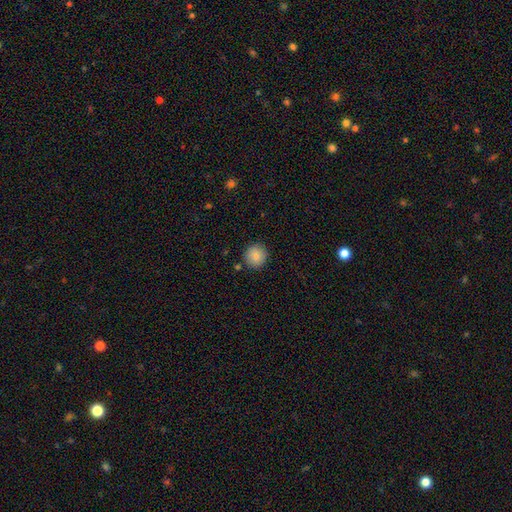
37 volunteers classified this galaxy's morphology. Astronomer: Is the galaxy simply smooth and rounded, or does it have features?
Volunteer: smooth — 86%.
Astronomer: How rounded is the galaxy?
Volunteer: round — 97%.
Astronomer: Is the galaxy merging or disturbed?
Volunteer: none — 94%.